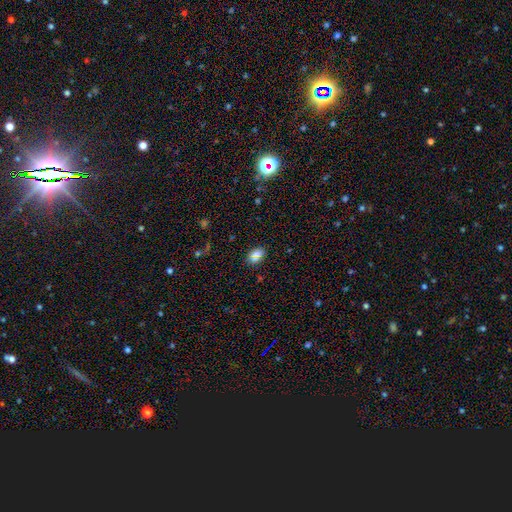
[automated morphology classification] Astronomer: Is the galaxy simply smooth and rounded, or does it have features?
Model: smooth — 67%.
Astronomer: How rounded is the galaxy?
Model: in between — 70%.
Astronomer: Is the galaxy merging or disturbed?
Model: none — 81%.